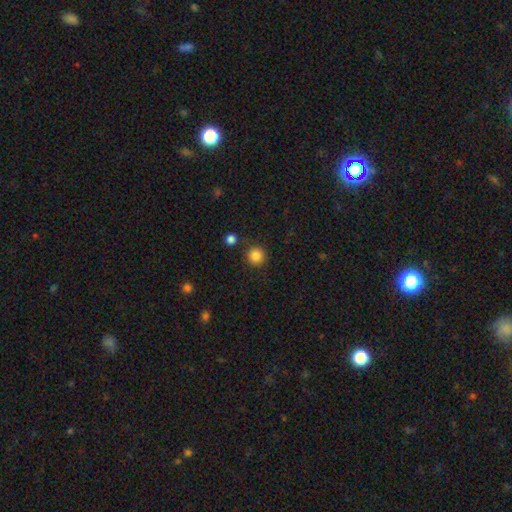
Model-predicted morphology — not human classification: This appears to be a smooth galaxy with no disk features (85%) that is round (95%). Merging: none (88%).